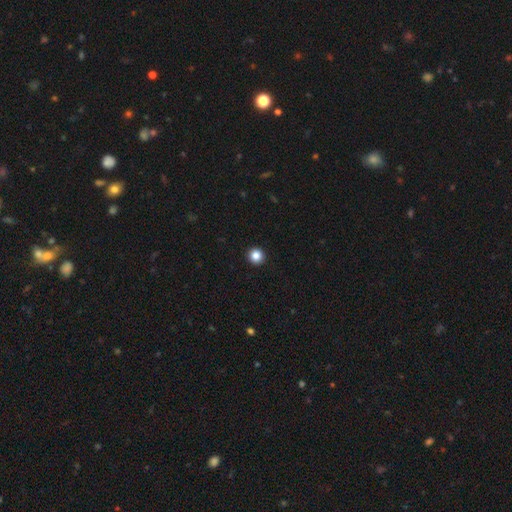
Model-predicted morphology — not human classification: Smooth or featured?
  - smooth: 85% *
  - star or artifact: 11%
  - featured or disk: 4%
How rounded?
  - round: 96% *
  - in between: 4%
  - cigar-shaped: 1%
Merging?
  - none: 94% *
  - minor disturbance: 3%
  - major disturbance: 1%
  - merger: 1%